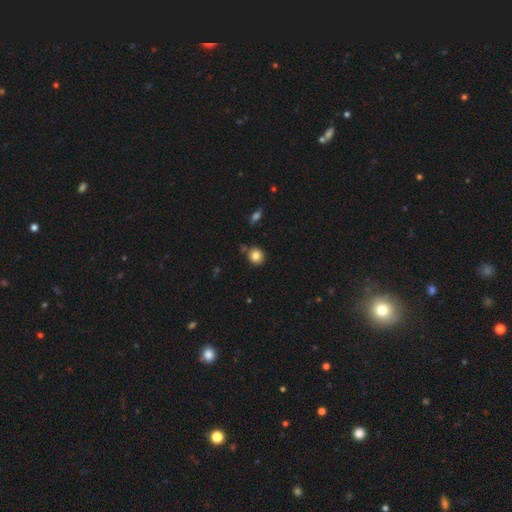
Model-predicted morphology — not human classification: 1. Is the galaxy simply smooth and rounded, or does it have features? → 83% smooth, 10% star or artifact, 7% featured or disk.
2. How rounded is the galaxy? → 82% round, 17% in between, 1% cigar-shaped.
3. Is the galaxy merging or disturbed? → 79% none, 13% minor disturbance, 6% merger, 3% major disturbance.